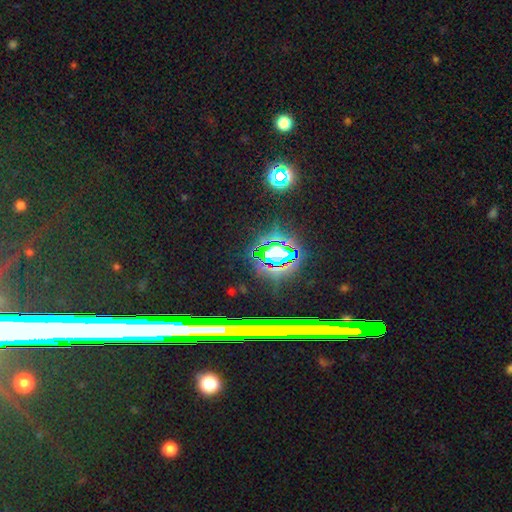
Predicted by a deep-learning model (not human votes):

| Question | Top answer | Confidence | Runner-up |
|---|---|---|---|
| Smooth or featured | star or artifact | 73% | smooth (17%) |